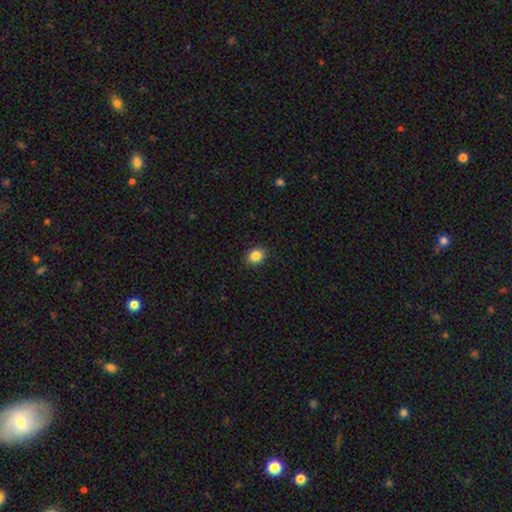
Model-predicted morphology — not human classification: Smooth or featured? Predicted: smooth (p=0.86). How rounded? Predicted: round (p=0.57). Merging? Predicted: none (p=0.90).